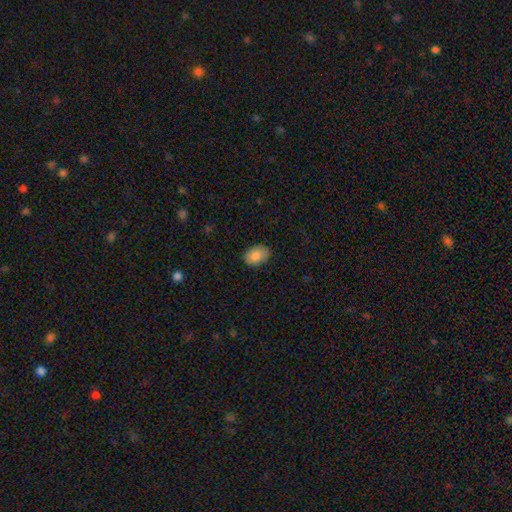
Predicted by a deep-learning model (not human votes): Morphology: type=smooth (86%); roundness=in between (81%); merging=none (84%).